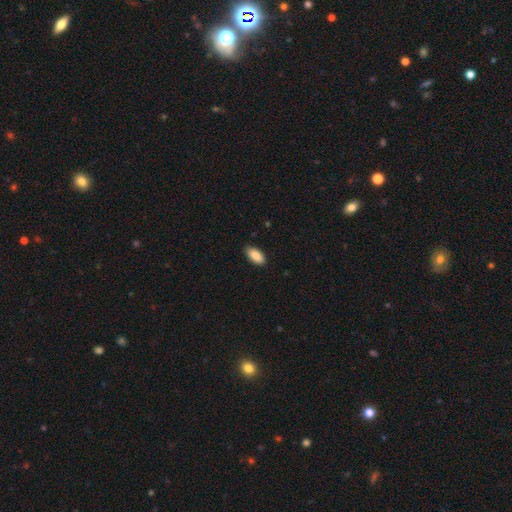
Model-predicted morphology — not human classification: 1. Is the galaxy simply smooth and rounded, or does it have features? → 88% smooth, 6% star or artifact, 5% featured or disk.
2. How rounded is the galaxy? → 93% in between, 5% cigar-shaped, 2% round.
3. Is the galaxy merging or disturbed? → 85% none, 12% minor disturbance, 2% major disturbance, 1% merger.